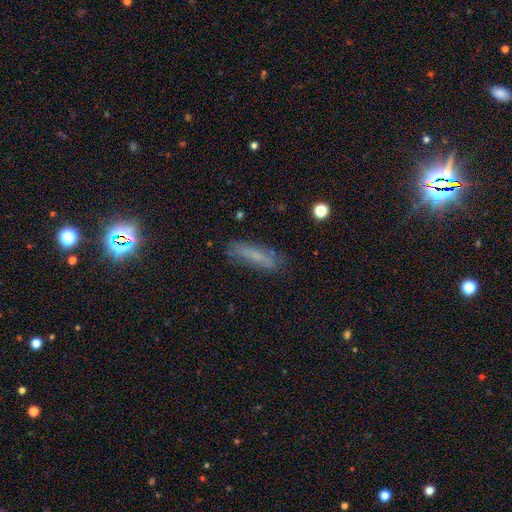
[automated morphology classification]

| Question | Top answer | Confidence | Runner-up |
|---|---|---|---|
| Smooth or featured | smooth | 57% | featured or disk (30%) |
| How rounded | cigar-shaped | 73% | in between (24%) |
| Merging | none | 76% | minor disturbance (17%) |